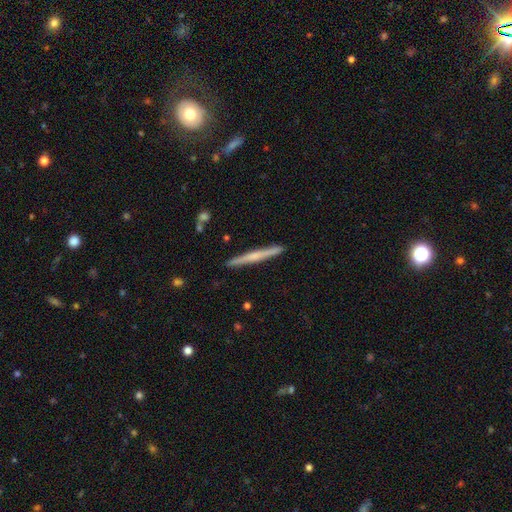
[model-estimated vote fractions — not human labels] A featured or disk galaxy (57%) viewed edge-on (98%) with a rounded central bulge (48%).

Vote fractions:
- Smooth or featured? featured or disk: 57% / smooth: 38% / star or artifact: 6%
- Edge-on disk? yes: 98% / no: 2%
- Edge-on bulge? rounded: 48% / none: 43% / boxy: 9%
- Merging? none: 92% / minor disturbance: 6% / merger: 1% / major disturbance: 1%